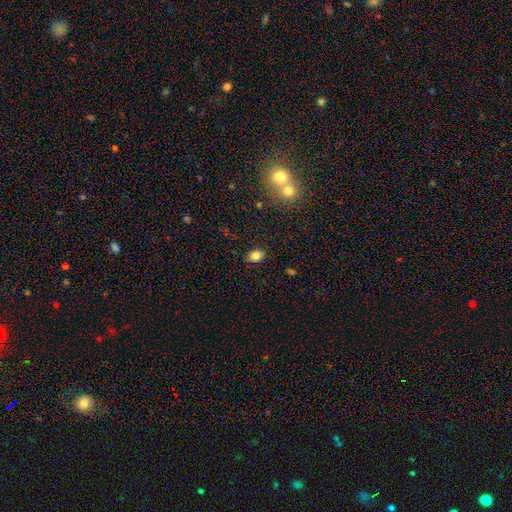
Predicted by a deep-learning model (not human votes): This appears to be a smooth galaxy with no disk features (82%) that is in between round and cigar-shaped (60%). Merging: none (87%).